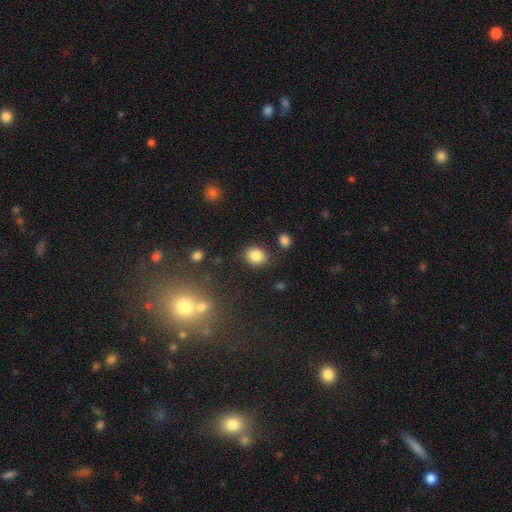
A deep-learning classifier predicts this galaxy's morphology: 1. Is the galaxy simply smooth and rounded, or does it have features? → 85% smooth, 10% star or artifact, 5% featured or disk.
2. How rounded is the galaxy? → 65% round, 34% in between, 1% cigar-shaped.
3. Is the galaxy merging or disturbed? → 85% none, 9% minor disturbance, 3% merger, 3% major disturbance.